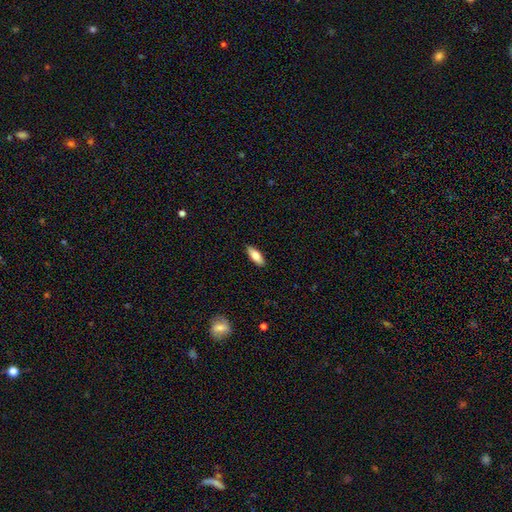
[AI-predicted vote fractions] Smooth or featured: smooth — 75% (featured or disk — 19%)
How rounded: in between — 70% (cigar-shaped — 28%)
Merging: none — 89% (minor disturbance — 8%)